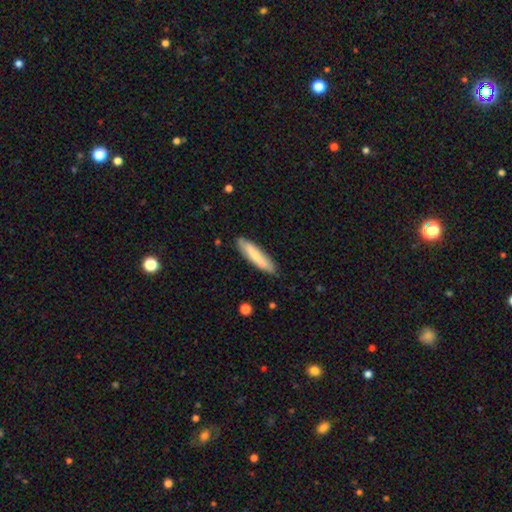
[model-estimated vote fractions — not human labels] This appears to be a smooth galaxy with no disk features (68%) that is cigar-shaped (80%). Merging: none (84%).